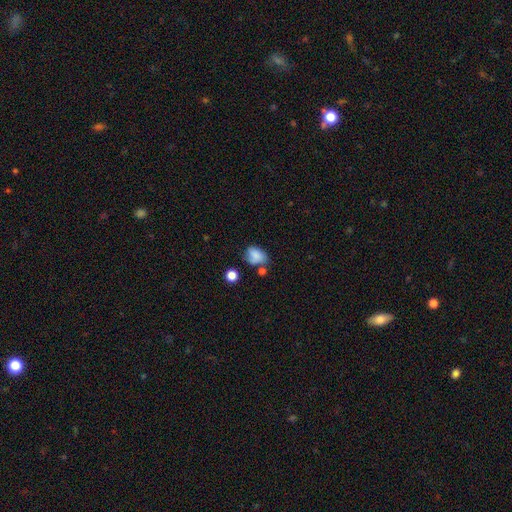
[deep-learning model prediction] Smooth or featured?
  - smooth: 77% *
  - featured or disk: 12%
  - star or artifact: 11%
How rounded?
  - in between: 72% *
  - round: 26%
  - cigar-shaped: 1%
Merging?
  - none: 45% *
  - minor disturbance: 29%
  - merger: 15%
  - major disturbance: 12%